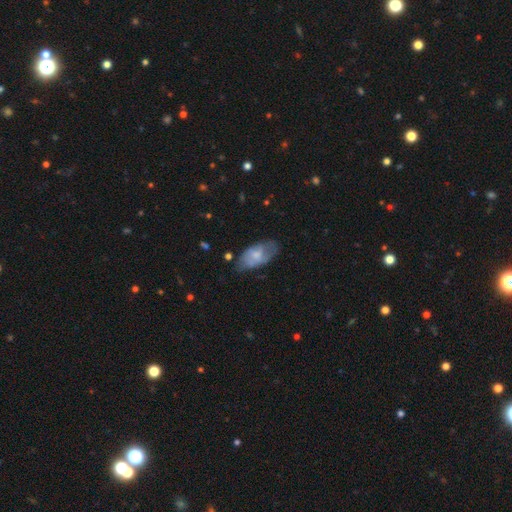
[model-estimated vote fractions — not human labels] smooth_or_featured: smooth (p=0.59) [alt: featured or disk p=0.35]
how_rounded: in between (p=0.93) [alt: round p=0.04]
merging: none (p=0.54) [alt: minor disturbance p=0.32]